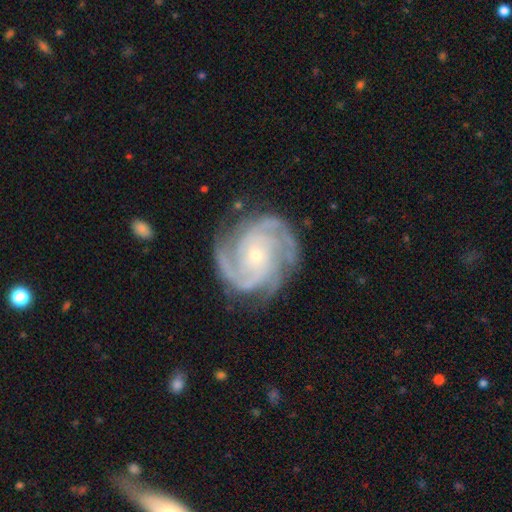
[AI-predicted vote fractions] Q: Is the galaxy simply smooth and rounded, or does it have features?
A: featured or disk — 92%.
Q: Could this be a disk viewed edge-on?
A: no — 98%.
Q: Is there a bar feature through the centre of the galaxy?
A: no — 73%.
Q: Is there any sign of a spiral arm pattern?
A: yes — 99%.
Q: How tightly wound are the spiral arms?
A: tight — 62%.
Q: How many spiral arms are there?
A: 3 — 40%.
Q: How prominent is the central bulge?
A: small — 76%.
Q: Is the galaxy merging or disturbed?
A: none — 78%.